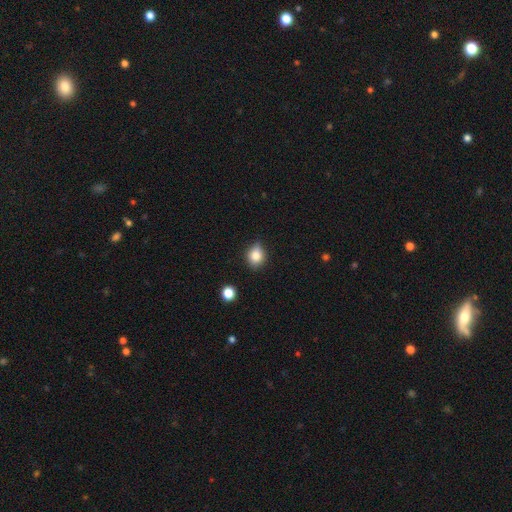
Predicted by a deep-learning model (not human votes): A smooth galaxy with no disk features (80%) that is round (62%).

Vote fractions:
- Smooth or featured? smooth: 80% / star or artifact: 11% / featured or disk: 9%
- How rounded? round: 62% / in between: 37% / cigar-shaped: 1%
- Merging? none: 73% / minor disturbance: 22% / major disturbance: 3% / merger: 2%